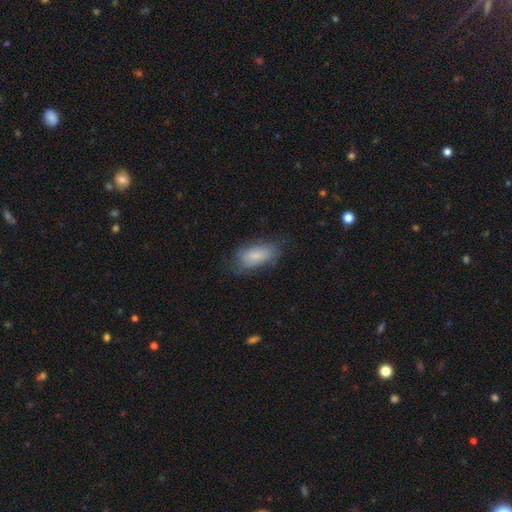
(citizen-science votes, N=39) Smooth or featured? smooth (74%)
How rounded? in between (93%)
Merging? none (53%)